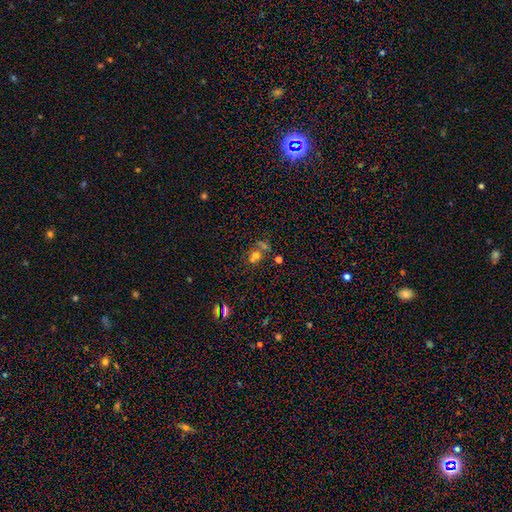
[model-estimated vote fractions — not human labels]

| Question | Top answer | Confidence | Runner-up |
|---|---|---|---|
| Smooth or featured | smooth | 56% | star or artifact (27%) |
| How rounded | round | 74% | in between (25%) |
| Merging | merger | 44% | none (41%) |